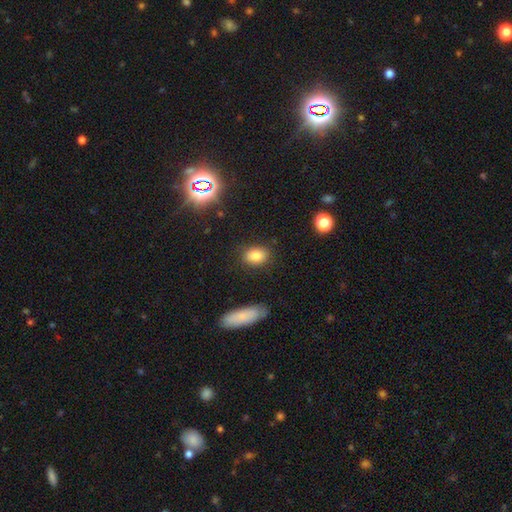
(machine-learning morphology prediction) The model was most divided on "how rounded": in between: 66%, round: 32%, cigar-shaped: 2%. More confident: merging — none (85%); smooth or featured — smooth (82%).